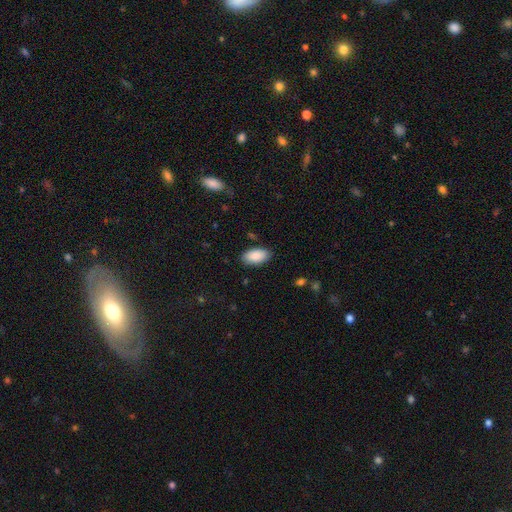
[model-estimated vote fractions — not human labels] Smooth or featured? smooth (88%)
How rounded? in between (95%)
Merging? none (85%)